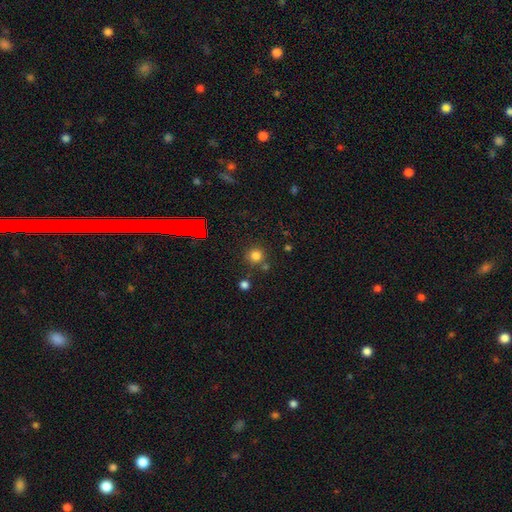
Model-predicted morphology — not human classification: A smooth galaxy with no disk features (76%) that is round (93%). Merging: none (77%).